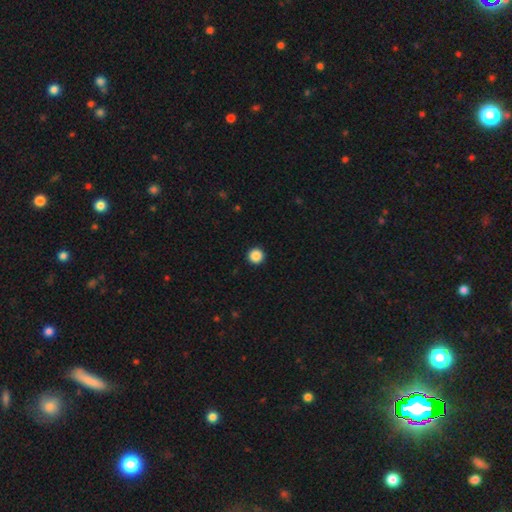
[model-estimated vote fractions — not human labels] A smooth galaxy with no disk features (88%) that is round (97%).

Vote fractions:
- Smooth or featured? smooth: 88% / star or artifact: 10% / featured or disk: 2%
- How rounded? round: 97% / in between: 2% / cigar-shaped: 1%
- Merging? none: 94% / minor disturbance: 4% / major disturbance: 1% / merger: 1%